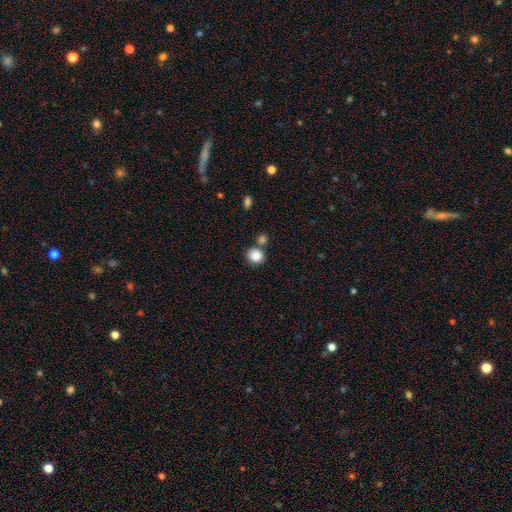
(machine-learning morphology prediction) smooth 86%, star or artifact 9%, featured or disk 4%. Down the decision tree: how rounded — round (78%); merging — none (67%).